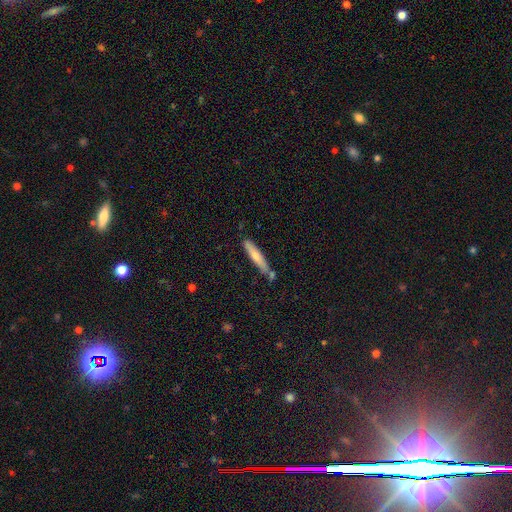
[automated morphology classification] Smooth or featured?
  - smooth: 68% *
  - featured or disk: 26%
  - star or artifact: 6%
How rounded?
  - cigar-shaped: 91% *
  - in between: 8%
  - round: 1%
Merging?
  - none: 69% *
  - minor disturbance: 17%
  - merger: 11%
  - major disturbance: 3%